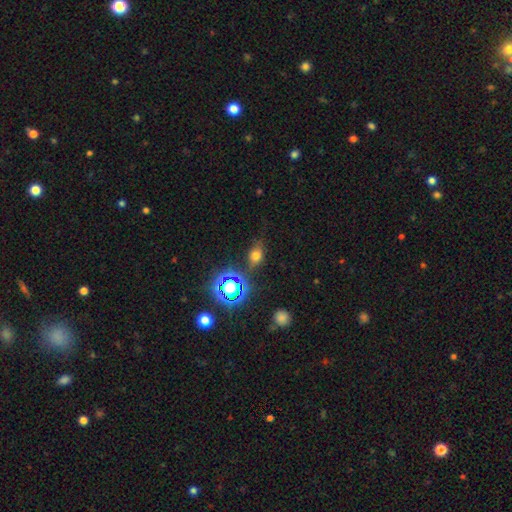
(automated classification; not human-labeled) Smooth or featured? Predicted: smooth (p=0.61). How rounded? Predicted: in between (p=0.71). Merging? Predicted: none (p=0.77).